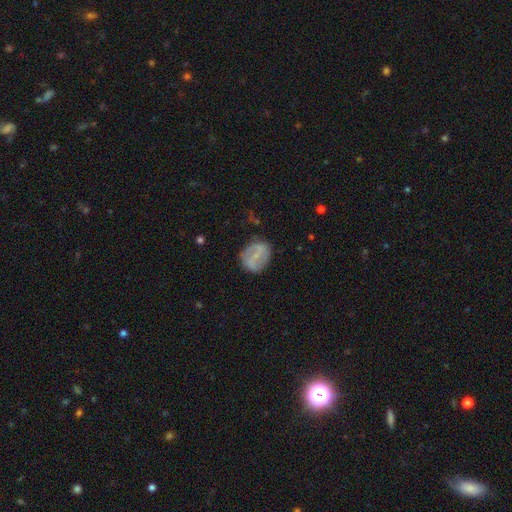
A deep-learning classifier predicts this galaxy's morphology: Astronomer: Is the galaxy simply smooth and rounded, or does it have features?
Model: featured or disk — 58% (runner-up: smooth, 35%).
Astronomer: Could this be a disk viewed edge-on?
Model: no — 96%.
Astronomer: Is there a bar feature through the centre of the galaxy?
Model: strong — 41% (runner-up: weak, 40%).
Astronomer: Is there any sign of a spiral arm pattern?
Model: yes — 64%.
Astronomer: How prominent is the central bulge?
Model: small — 55%.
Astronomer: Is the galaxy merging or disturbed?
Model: none — 78%.